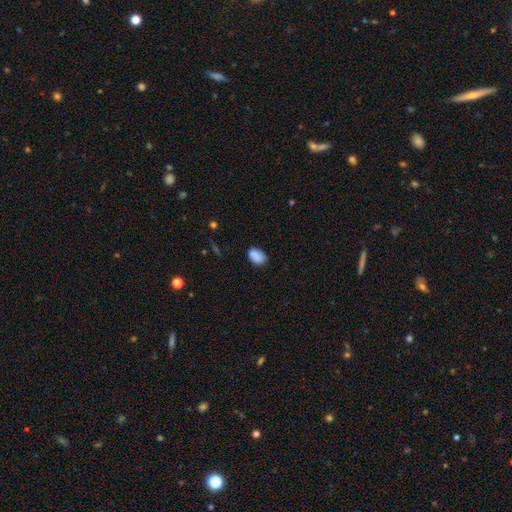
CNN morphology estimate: This is clearly a smooth galaxy (87%). How rounded: clearly in between (85%). Merging: likely none (75%).